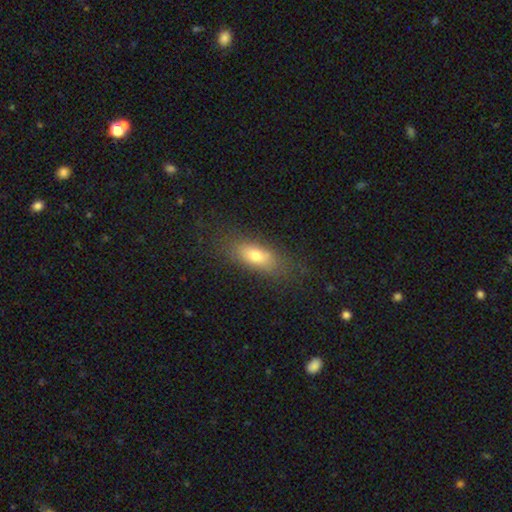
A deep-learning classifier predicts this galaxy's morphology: A smooth galaxy with no disk features (72%) that is in between round and cigar-shaped (75%). Merging: none (75%).